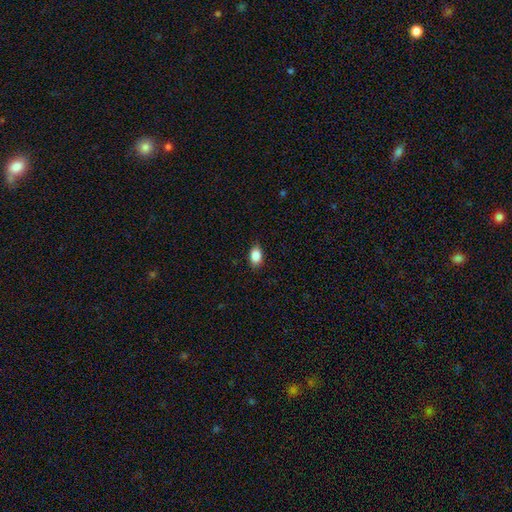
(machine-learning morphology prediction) type=smooth (87%); roundness=in between (84%); merging=none (85%).